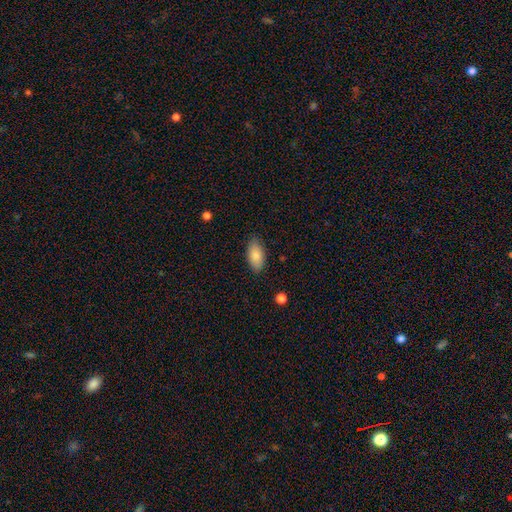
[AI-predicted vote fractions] Smooth or featured: smooth — 86% (featured or disk — 8%)
How rounded: in between — 92% (cigar-shaped — 6%)
Merging: none — 86% (minor disturbance — 10%)